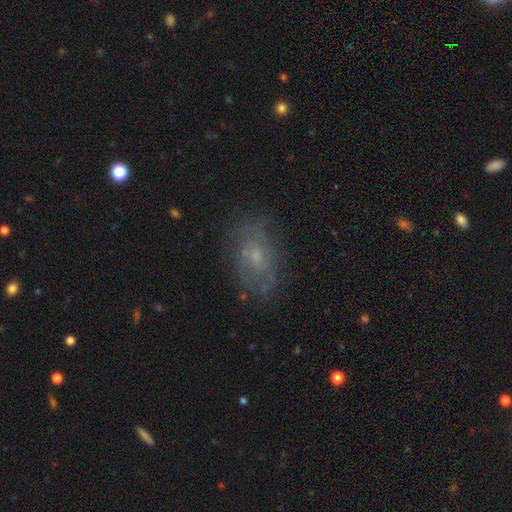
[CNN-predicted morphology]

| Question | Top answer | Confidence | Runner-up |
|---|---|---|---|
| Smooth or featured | featured or disk | 50% | smooth (38%) |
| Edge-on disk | no | 95% | yes (5%) |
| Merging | none | 69% | minor disturbance (20%) |